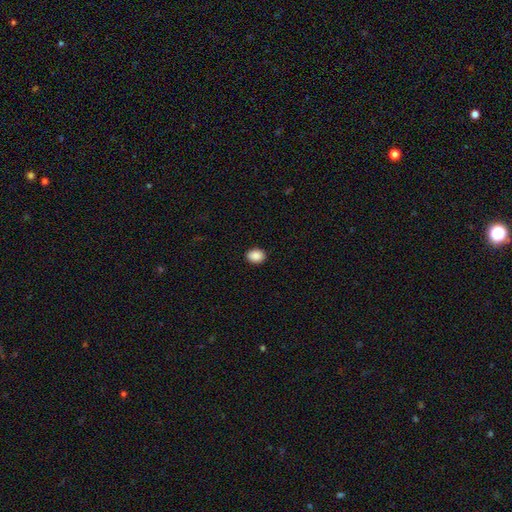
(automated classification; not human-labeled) Smooth or featured? smooth (89%)
How rounded? in between (51%)
Merging? none (91%)